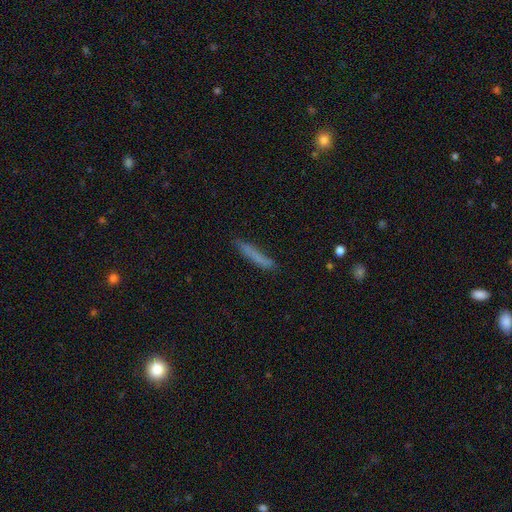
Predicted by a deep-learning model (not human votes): This appears to be a smooth galaxy with no disk features (72%) that is cigar-shaped (93%). Merging: none (79%).